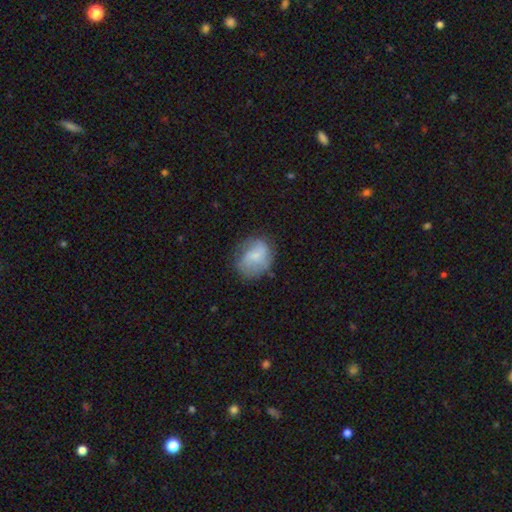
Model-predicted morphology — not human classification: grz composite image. It shows a smooth galaxy with no disk features (57%) that is round (61%). Merging: none (61%).